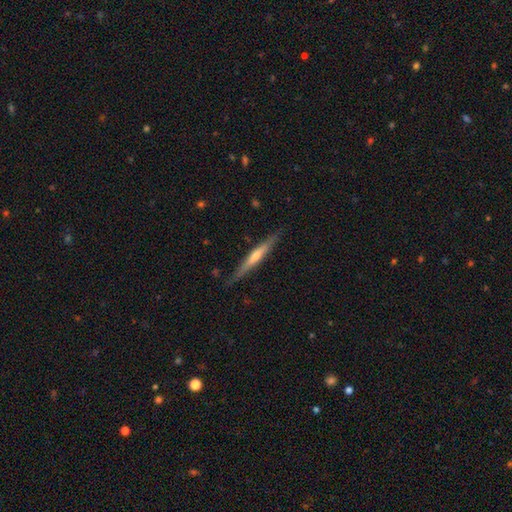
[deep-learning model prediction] This appears to be a featured or disk galaxy (68%) viewed edge-on (97%) with a rounded central bulge (67%). Merging: none (87%).